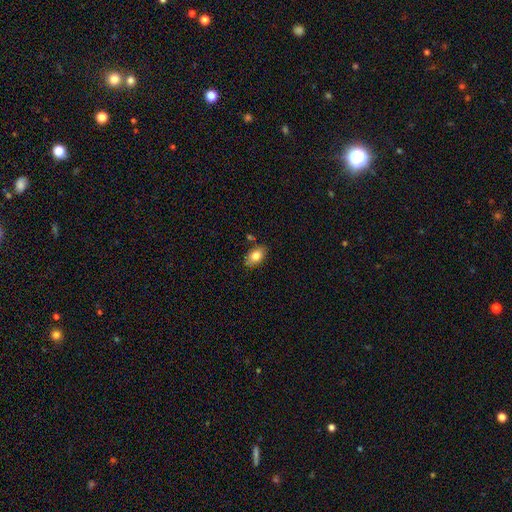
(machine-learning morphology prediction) Q: Smooth or featured?
A: smooth (80%); runner-up: featured or disk (12%)
Q: How rounded?
A: in between (88%); runner-up: round (10%)
Q: Merging?
A: none (78%); runner-up: minor disturbance (14%)